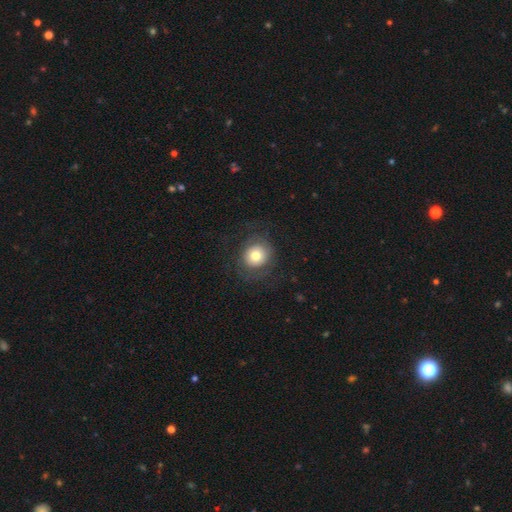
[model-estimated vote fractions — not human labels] Smooth or featured? smooth (69%)
How rounded? round (82%)
Merging? none (76%)